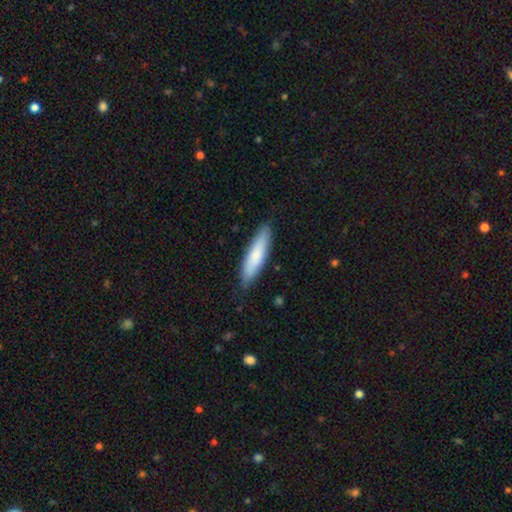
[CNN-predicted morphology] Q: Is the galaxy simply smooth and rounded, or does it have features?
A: smooth — 77%.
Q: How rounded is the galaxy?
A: cigar-shaped — 72%.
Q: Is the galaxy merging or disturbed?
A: none — 83%.